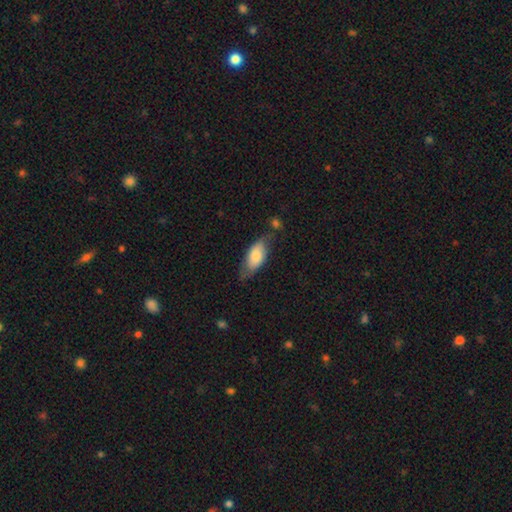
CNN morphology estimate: Smooth or featured? smooth (72%)
How rounded? in between (85%)
Merging? none (58%)